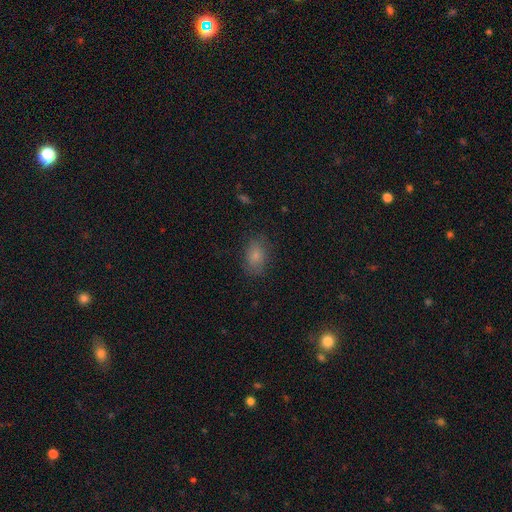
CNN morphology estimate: The model was most divided on "merging": none: 78%, minor disturbance: 16%, major disturbance: 5%, merger: 1%. More confident: how rounded — in between (83%); smooth or featured — smooth (80%).